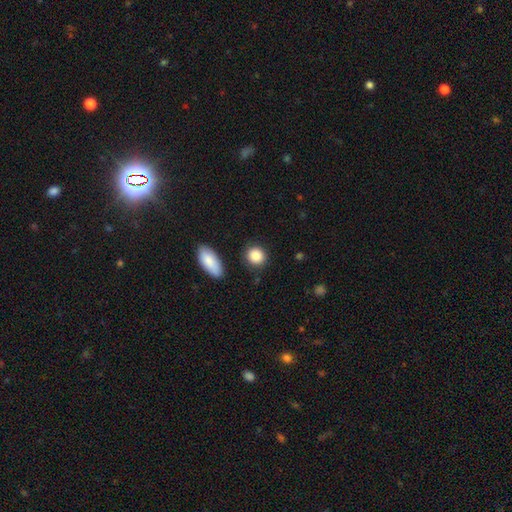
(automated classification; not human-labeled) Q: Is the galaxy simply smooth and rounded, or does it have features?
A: smooth — 89%.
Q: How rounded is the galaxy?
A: round — 76%.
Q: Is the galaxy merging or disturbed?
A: none — 84%.